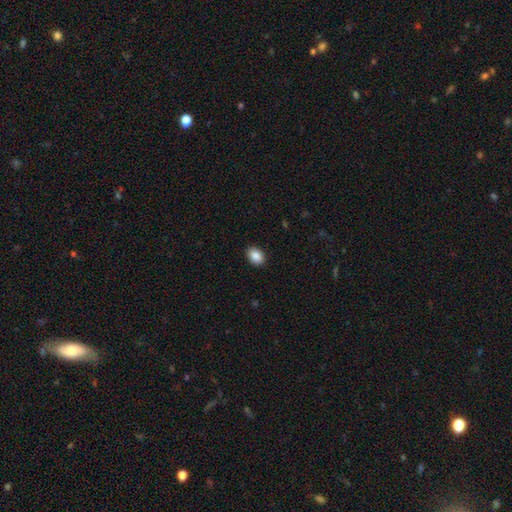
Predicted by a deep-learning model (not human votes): Smooth or featured?
  - smooth: 88% *
  - star or artifact: 8%
  - featured or disk: 4%
How rounded?
  - in between: 77% *
  - round: 22%
  - cigar-shaped: 1%
Merging?
  - none: 90% *
  - minor disturbance: 7%
  - major disturbance: 2%
  - merger: 1%